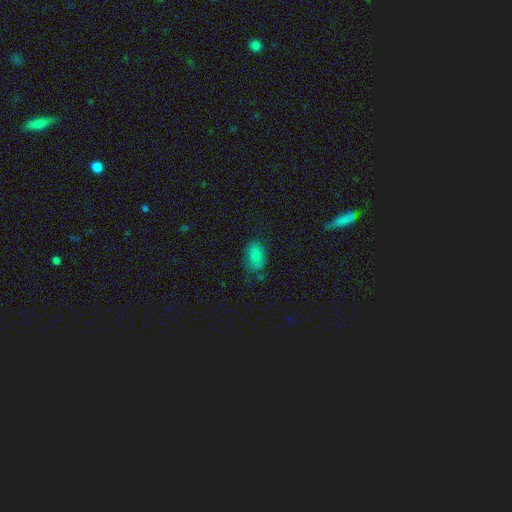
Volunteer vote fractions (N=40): Q: Smooth or featured?
A: smooth (82%); runner-up: star or artifact (10%)
Q: How rounded?
A: in between (91%); runner-up: round (6%)
Q: Merging?
A: none (58%); runner-up: minor disturbance (28%)